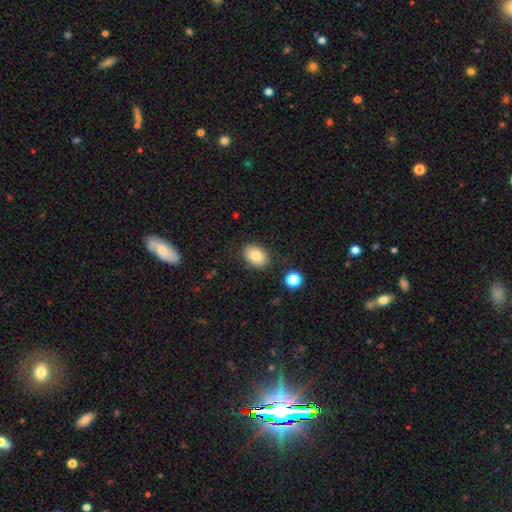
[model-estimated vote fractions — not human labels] This appears to be a smooth galaxy with no disk features (83%) that is in between round and cigar-shaped (79%). Merging: none (83%).